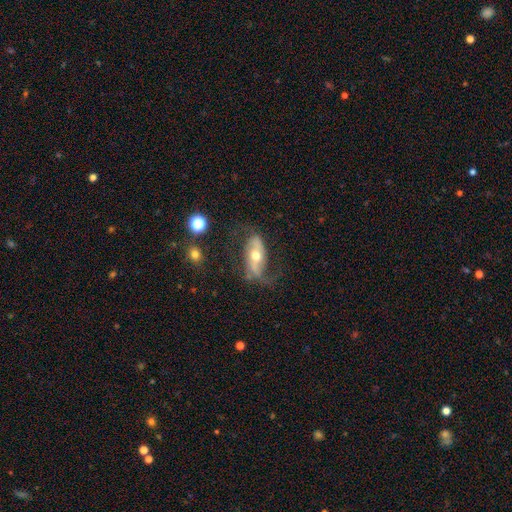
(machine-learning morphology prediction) This appears to be a featured or disk galaxy (74%) with no bar (40%), 2 (86%) loose (68%) spiral arms (86%) and a moderate central bulge (70%). Merging: none (58%).